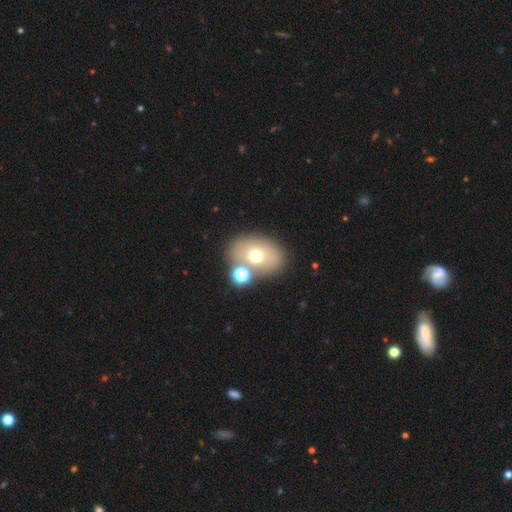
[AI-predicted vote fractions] This appears to be a smooth galaxy with no disk features (65%) that is in between round and cigar-shaped (72%). Merging: none (70%).